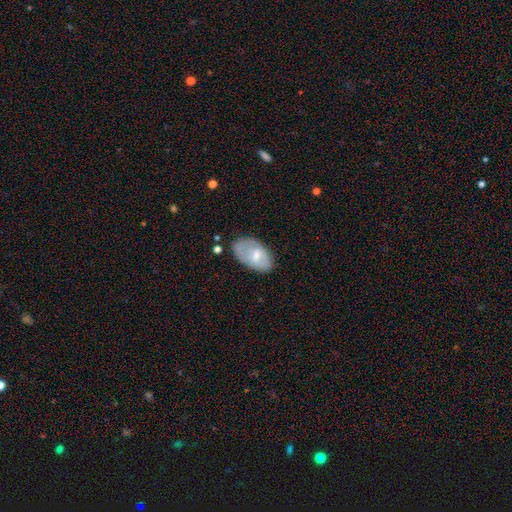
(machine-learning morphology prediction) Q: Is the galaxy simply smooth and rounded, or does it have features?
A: smooth — 59%.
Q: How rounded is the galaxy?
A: in between — 93%.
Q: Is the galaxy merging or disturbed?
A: none — 63%.